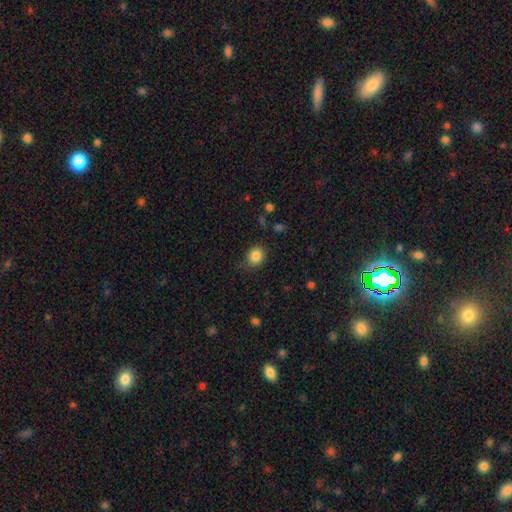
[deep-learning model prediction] A smooth galaxy with no disk features (84%) that is round (74%).

Vote fractions:
- Smooth or featured? smooth: 84% / star or artifact: 11% / featured or disk: 6%
- How rounded? round: 74% / in between: 25% / cigar-shaped: 1%
- Merging? none: 73% / minor disturbance: 20% / major disturbance: 5% / merger: 2%